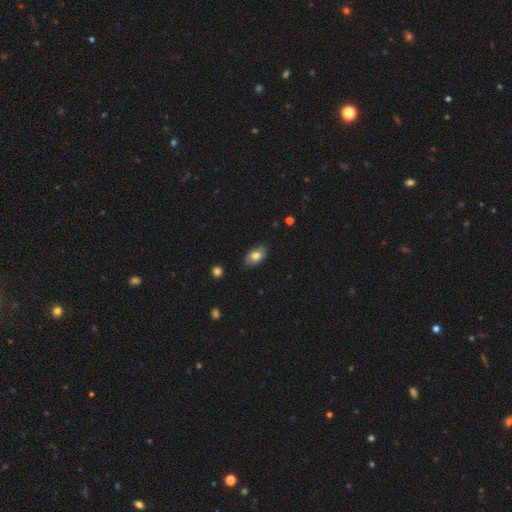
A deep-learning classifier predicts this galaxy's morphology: smooth 76%, featured or disk 17%, star or artifact 7%. Down the decision tree: how rounded — in between (92%); merging — none (83%).